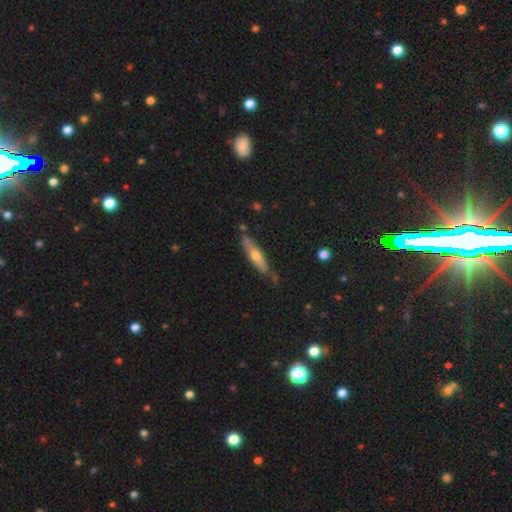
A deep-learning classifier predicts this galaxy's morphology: Smooth or featured? smooth (49%)
Merging? none (74%)